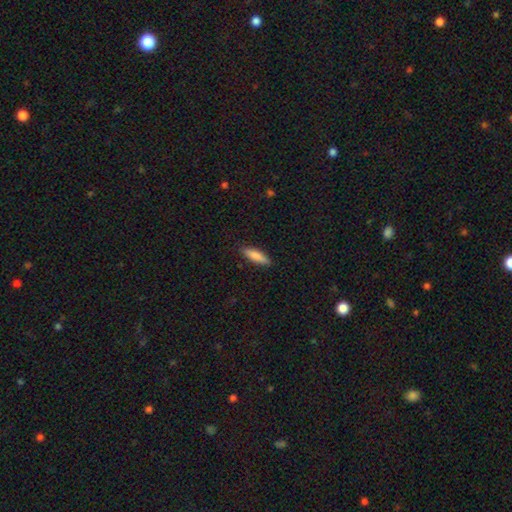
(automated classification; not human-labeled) Smooth or featured?
  - smooth: 83% *
  - featured or disk: 11%
  - star or artifact: 6%
How rounded?
  - cigar-shaped: 63% *
  - in between: 36%
  - round: 2%
Merging?
  - none: 88% *
  - minor disturbance: 9%
  - major disturbance: 2%
  - merger: 1%